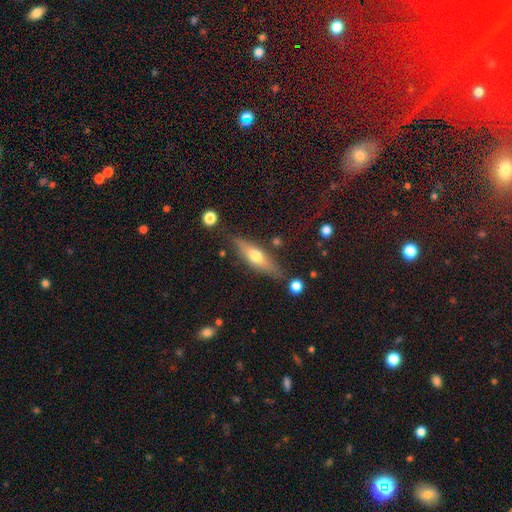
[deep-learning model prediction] Smooth or featured? Predicted: smooth (p=0.50). Merging? Predicted: none (p=0.79).